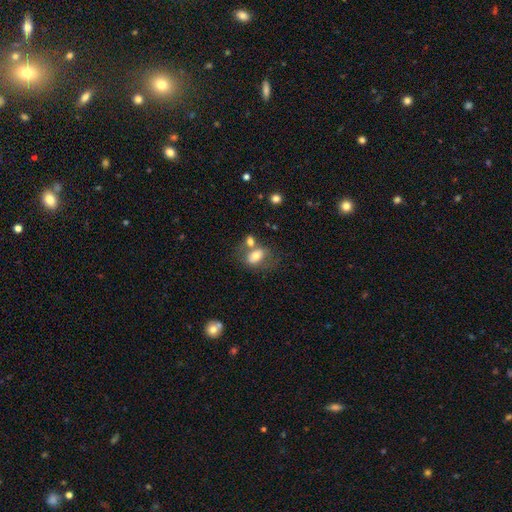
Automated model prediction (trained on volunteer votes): smooth 67%, featured or disk 24%, star or artifact 9%. Down the decision tree: how rounded — in between (76%); merging — merger (39%).